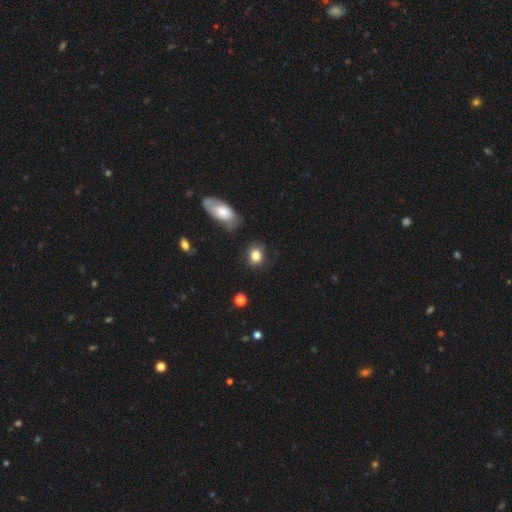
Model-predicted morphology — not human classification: Q: Smooth or featured?
A: smooth (84%); runner-up: star or artifact (10%)
Q: How rounded?
A: round (53%); runner-up: in between (45%)
Q: Merging?
A: none (80%); runner-up: minor disturbance (14%)